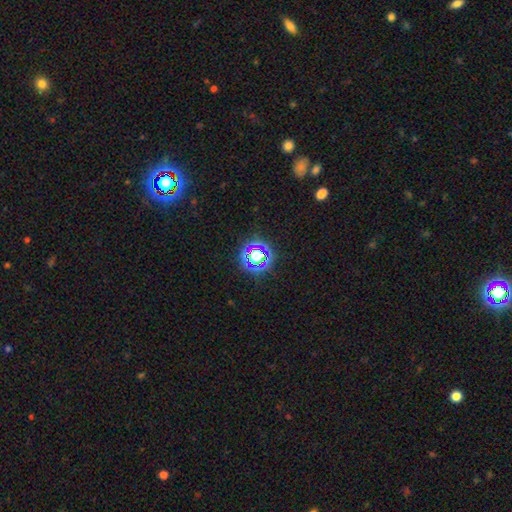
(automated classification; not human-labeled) The model was most divided on "smooth or featured": star or artifact: 60%, smooth: 28%, featured or disk: 12%.